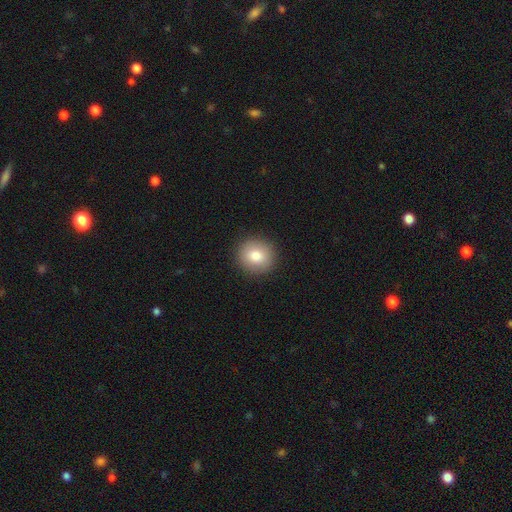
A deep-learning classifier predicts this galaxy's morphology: This is clearly a smooth galaxy (81%). How rounded: clearly round (90%). Merging: clearly none (91%).